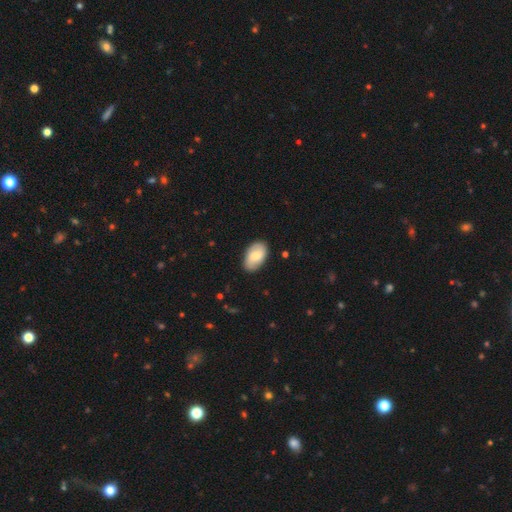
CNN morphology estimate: smooth 77%, featured or disk 17%, star or artifact 6%. Down the decision tree: how rounded — in between (94%); merging — none (84%).